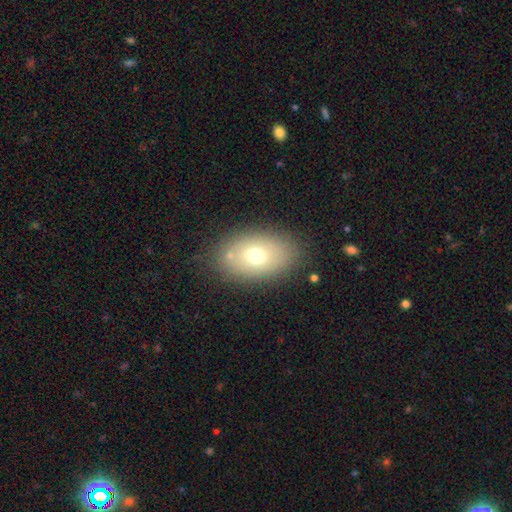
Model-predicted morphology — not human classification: This appears to be a smooth galaxy with no disk features (70%) that is in between round and cigar-shaped (85%). Merging: none (81%).